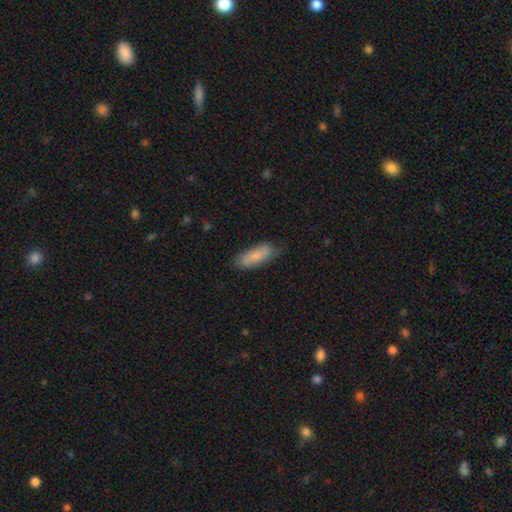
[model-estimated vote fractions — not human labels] This is likely a smooth galaxy (78%). How rounded: likely in between (64%). Merging: likely none (77%).